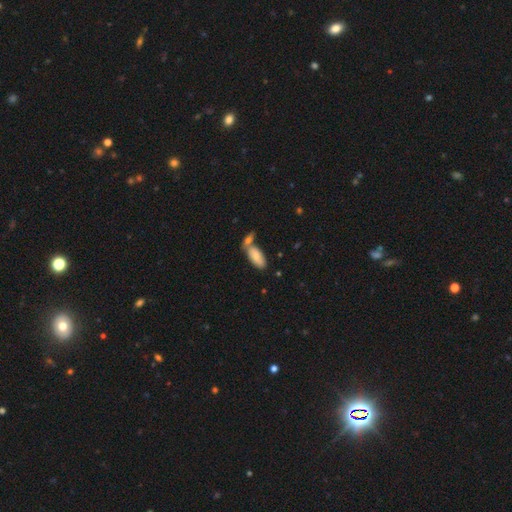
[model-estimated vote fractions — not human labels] Morphology: type=smooth (77%); roundness=in between (88%); merging=none (43%).